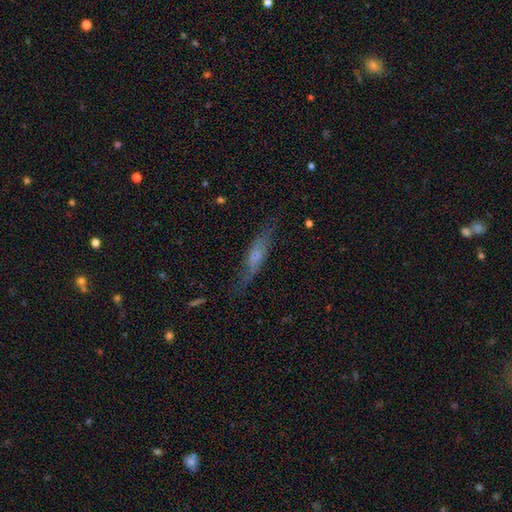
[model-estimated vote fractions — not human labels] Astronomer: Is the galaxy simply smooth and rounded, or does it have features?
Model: featured or disk — 49% (runner-up: smooth, 43%).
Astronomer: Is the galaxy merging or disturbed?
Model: none — 70%.